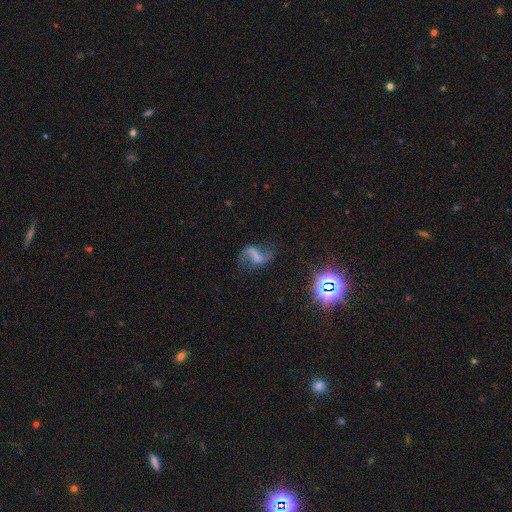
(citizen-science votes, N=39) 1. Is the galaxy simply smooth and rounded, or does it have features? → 82% featured or disk, 13% star or artifact, 5% smooth.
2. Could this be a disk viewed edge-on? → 97% no, 3% yes.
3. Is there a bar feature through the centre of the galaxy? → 61% strong, 19% weak, 19% no.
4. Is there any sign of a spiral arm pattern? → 87% yes, 13% no.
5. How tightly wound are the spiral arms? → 74% loose, 22% medium, 4% tight.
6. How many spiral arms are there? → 96% 2, 4% 1, 0% 3, 0% 4, 0% more than 4, 0% can't tell.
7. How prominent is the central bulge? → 90% none, 6% small, 3% large, 0% dominant, 0% moderate.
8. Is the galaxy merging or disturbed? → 88% none, 9% major disturbance, 3% minor disturbance, 0% merger.